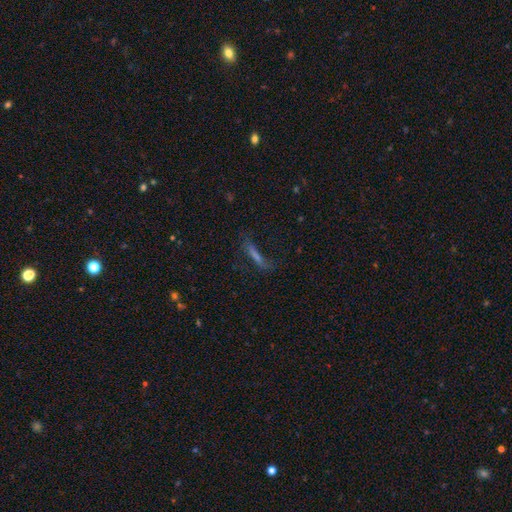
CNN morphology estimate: smooth_or_featured: smooth (p=0.47) [alt: featured or disk p=0.34]
merging: none (p=0.52) [alt: major disturbance p=0.22]